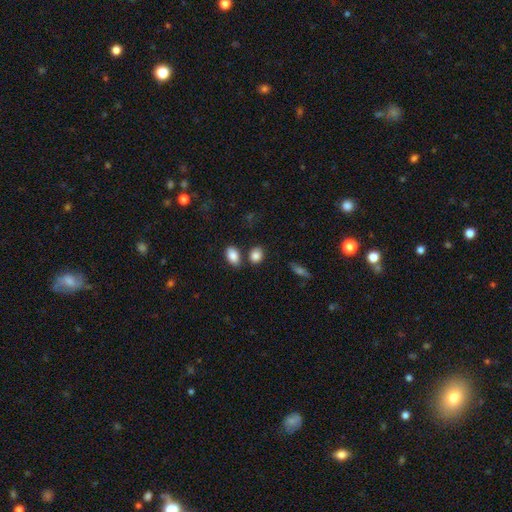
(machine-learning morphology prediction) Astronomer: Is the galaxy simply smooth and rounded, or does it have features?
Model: smooth — 86%.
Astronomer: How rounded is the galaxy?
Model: in between — 55% (runner-up: round, 44%).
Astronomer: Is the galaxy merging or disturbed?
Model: none — 73%.